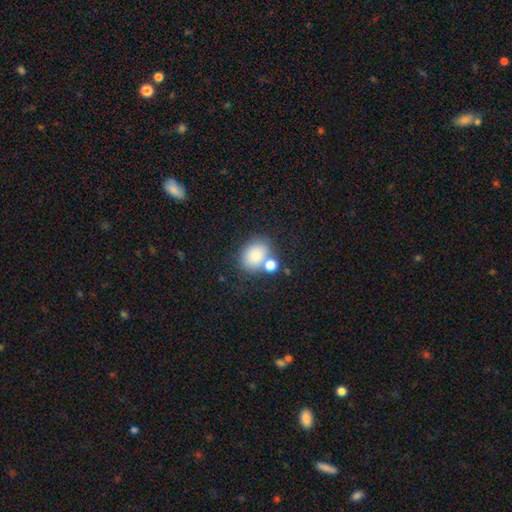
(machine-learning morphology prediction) smooth-or-featured: smooth: 82% | star or artifact: 10% | featured or disk: 8%
  how-rounded: in between: 60% | round: 39% | cigar-shaped: 1%
  merging: none: 56% | merger: 25% | minor disturbance: 13% | major disturbance: 5%